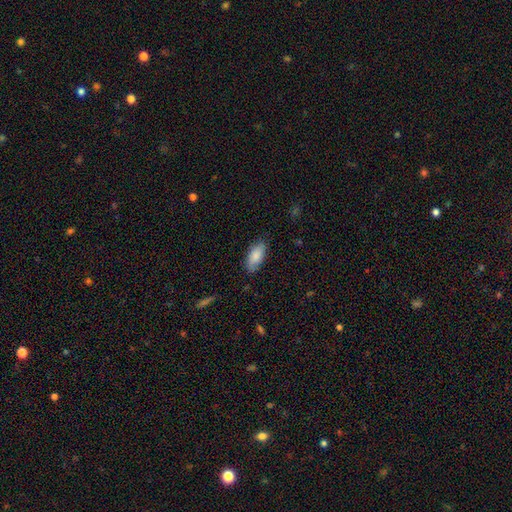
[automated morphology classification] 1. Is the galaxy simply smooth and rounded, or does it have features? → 84% smooth, 10% featured or disk, 6% star or artifact.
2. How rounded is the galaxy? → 87% in between, 11% cigar-shaped, 2% round.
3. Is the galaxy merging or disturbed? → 79% none, 17% minor disturbance, 3% major disturbance, 1% merger.